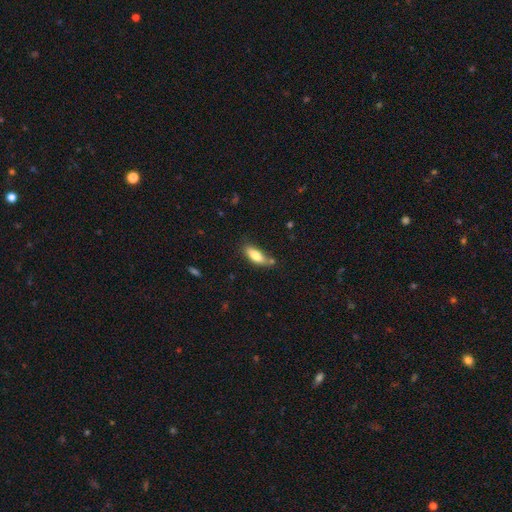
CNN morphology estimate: Smooth or featured? smooth (76%)
How rounded? in between (66%)
Merging? none (64%)